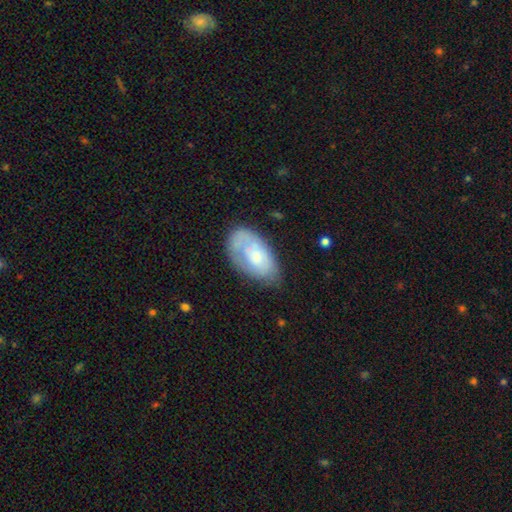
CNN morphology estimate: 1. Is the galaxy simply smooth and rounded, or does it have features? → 52% smooth, 41% featured or disk, 6% star or artifact.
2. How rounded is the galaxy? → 94% in between, 4% round, 2% cigar-shaped.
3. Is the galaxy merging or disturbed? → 55% none, 30% minor disturbance, 12% major disturbance, 3% merger.